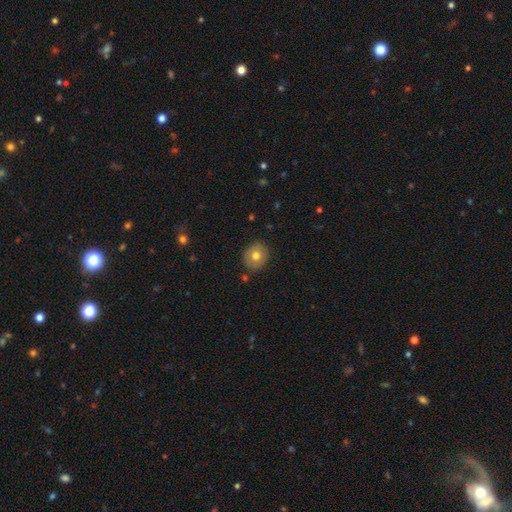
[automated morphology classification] Smooth or featured?
  - smooth: 71% *
  - featured or disk: 21%
  - star or artifact: 8%
How rounded?
  - round: 70% *
  - in between: 29%
  - cigar-shaped: 1%
Merging?
  - none: 86% *
  - minor disturbance: 10%
  - major disturbance: 2%
  - merger: 2%